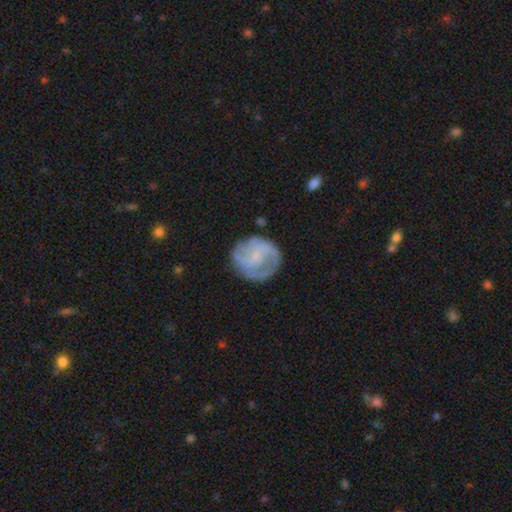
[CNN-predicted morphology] This is likely a featured or disk galaxy (66%). It is clearly not viewed edge-on (98%). Bar: possibly no (58%). Spiral arm pattern: clearly yes (83%). Spiral arm count: marginally 2 (32%). Spiral winding: marginally tight (41%, tied with medium). Central bulge: likely small (60%). Merging: likely none (69%).